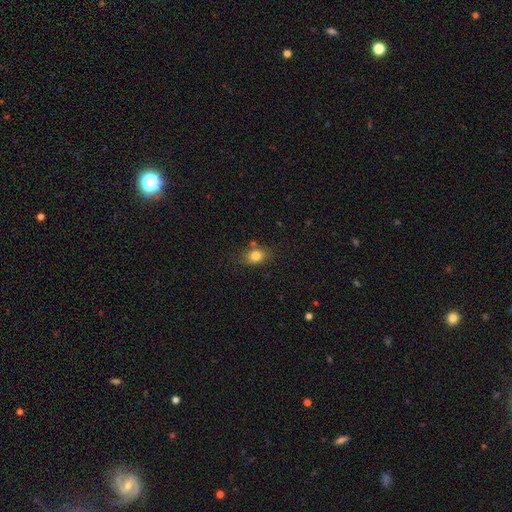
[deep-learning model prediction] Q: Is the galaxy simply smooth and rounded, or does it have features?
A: smooth — 82%.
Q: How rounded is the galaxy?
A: in between — 66%.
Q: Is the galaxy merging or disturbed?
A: none — 74%.